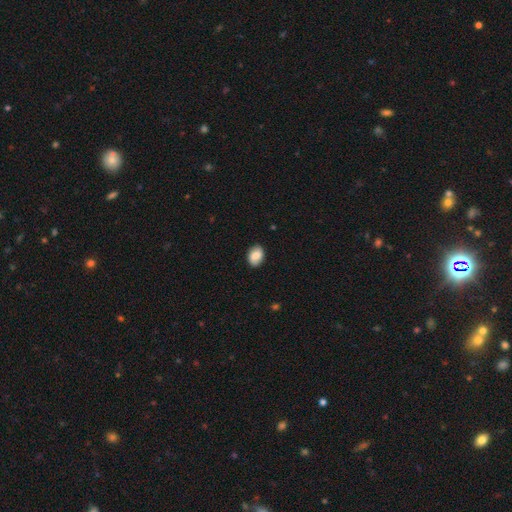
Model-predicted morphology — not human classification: smooth 77%, featured or disk 15%, star or artifact 8%. Down the decision tree: how rounded — in between (75%); merging — none (86%).